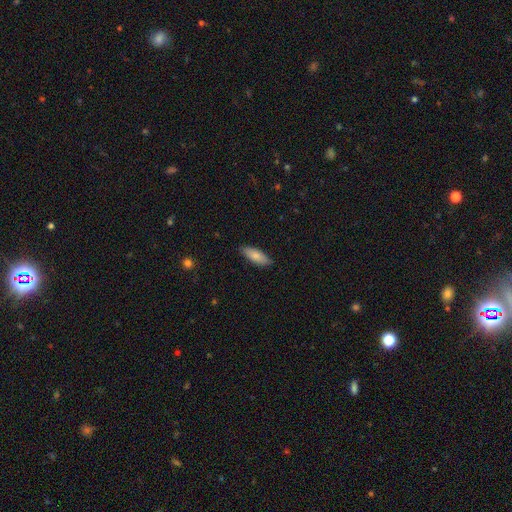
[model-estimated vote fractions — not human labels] A smooth galaxy with no disk features (81%) that is in between round and cigar-shaped (67%).

Vote fractions:
- Smooth or featured? smooth: 81% / featured or disk: 13% / star or artifact: 6%
- How rounded? in between: 67% / cigar-shaped: 32% / round: 2%
- Merging? none: 85% / minor disturbance: 12% / major disturbance: 2% / merger: 1%